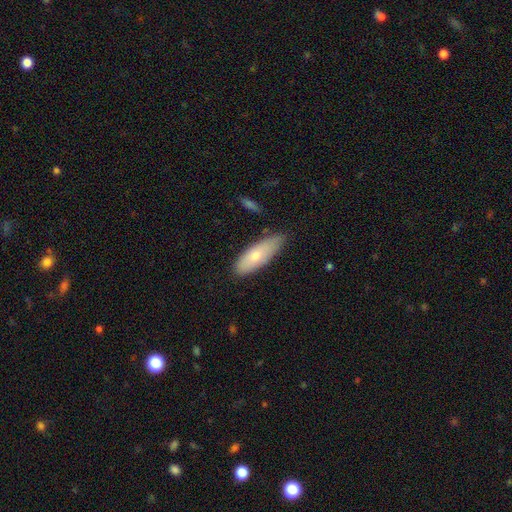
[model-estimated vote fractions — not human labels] A smooth galaxy with no disk features (71%) that is in between round and cigar-shaped (66%).

Vote fractions:
- Smooth or featured? smooth: 71% / featured or disk: 22% / star or artifact: 6%
- How rounded? in between: 66% / cigar-shaped: 32% / round: 2%
- Merging? none: 73% / minor disturbance: 20% / major disturbance: 4% / merger: 3%